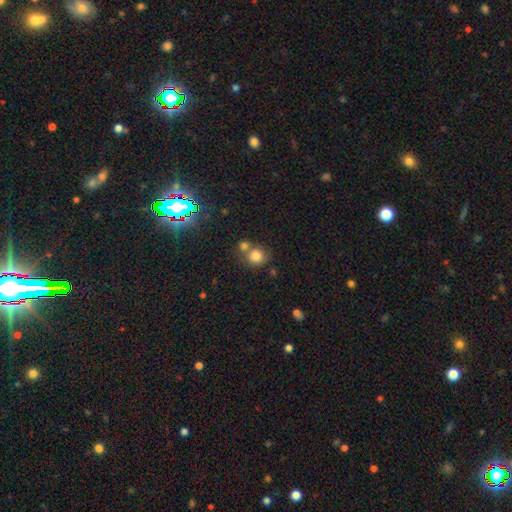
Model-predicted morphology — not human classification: type=smooth (79%); roundness=round (87%); merging=none (55%).